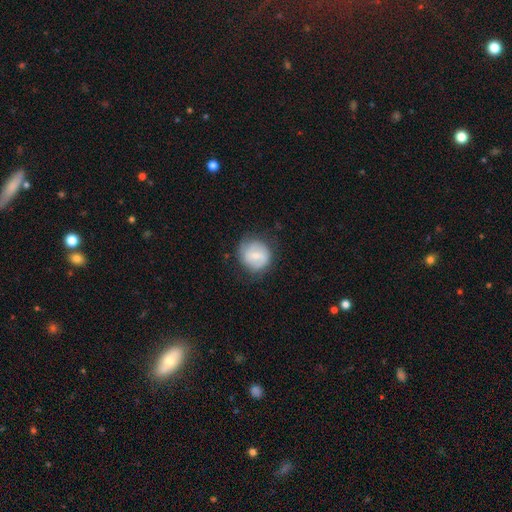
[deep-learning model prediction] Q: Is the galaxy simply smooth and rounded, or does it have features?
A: smooth — 54%.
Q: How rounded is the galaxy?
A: round — 87%.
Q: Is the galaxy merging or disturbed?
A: none — 69%.